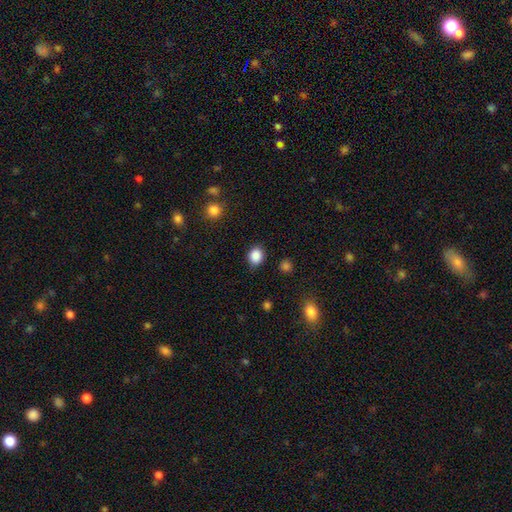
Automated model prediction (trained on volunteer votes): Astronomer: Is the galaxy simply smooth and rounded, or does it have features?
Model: smooth — 87%.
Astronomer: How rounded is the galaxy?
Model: round — 63%.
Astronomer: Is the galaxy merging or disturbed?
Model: none — 84%.